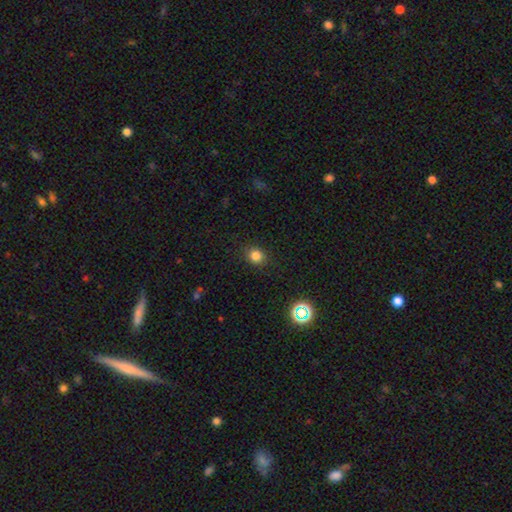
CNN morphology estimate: The model was most divided on "how rounded": round: 76%, in between: 23%, cigar-shaped: 1%. More confident: merging — none (89%); smooth or featured — smooth (81%).